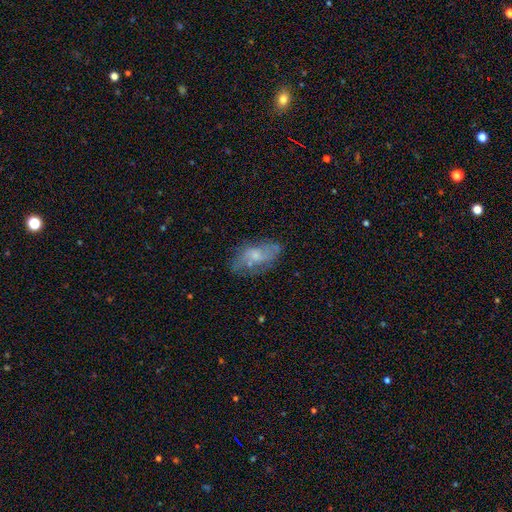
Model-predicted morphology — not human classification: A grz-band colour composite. It shows a featured or disk galaxy (53%). Merging: none (61%).